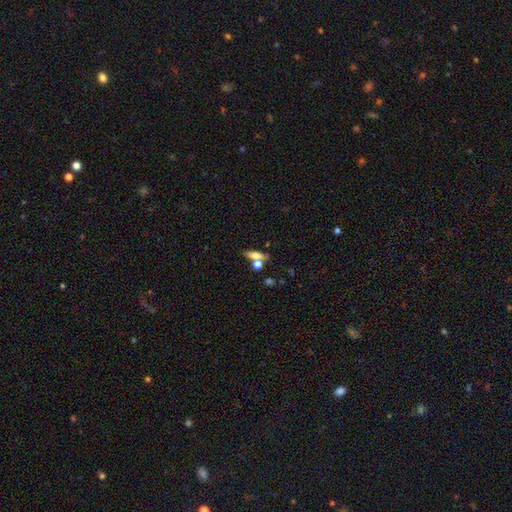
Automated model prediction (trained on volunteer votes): The model was most divided on "how rounded": cigar-shaped: 52%, in between: 38%, round: 10%. More confident: merging — none (57%); smooth or featured — smooth (55%).